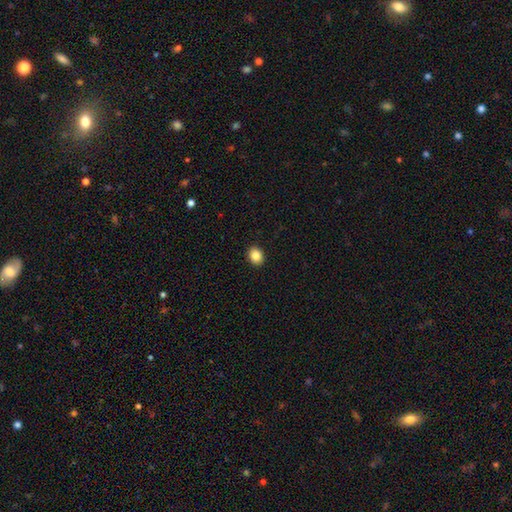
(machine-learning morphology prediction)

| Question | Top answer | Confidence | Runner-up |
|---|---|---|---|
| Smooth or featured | smooth | 85% | star or artifact (9%) |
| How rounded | round | 53% | in between (46%) |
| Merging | none | 92% | minor disturbance (5%) |